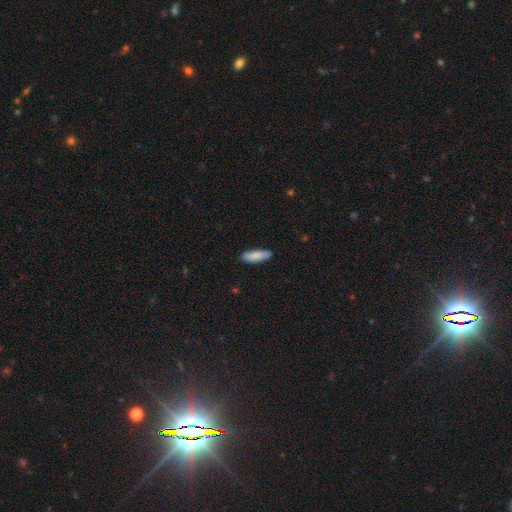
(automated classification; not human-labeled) A smooth galaxy with no disk features (86%) that is in between round and cigar-shaped (56%). Merging: none (87%).